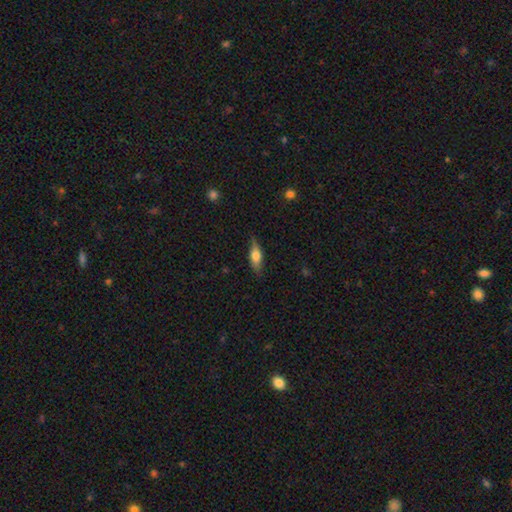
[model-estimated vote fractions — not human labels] The model was most divided on "how rounded": in between: 61%, cigar-shaped: 35%, round: 4%. More confident: merging — none (76%); smooth or featured — smooth (60%).